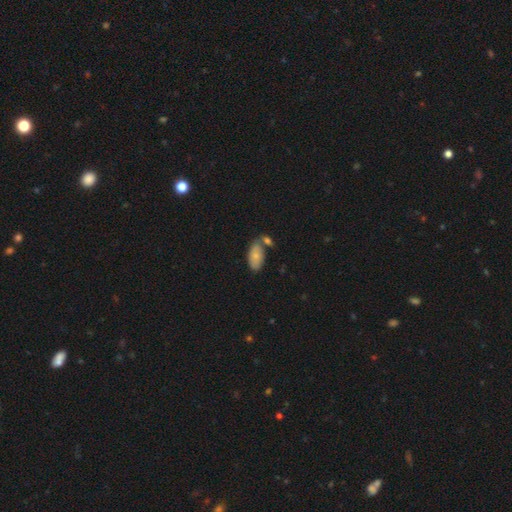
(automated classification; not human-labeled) Overall: smooth (77%). How rounded: in between (93%). Merging: none (56%; merger 22%).